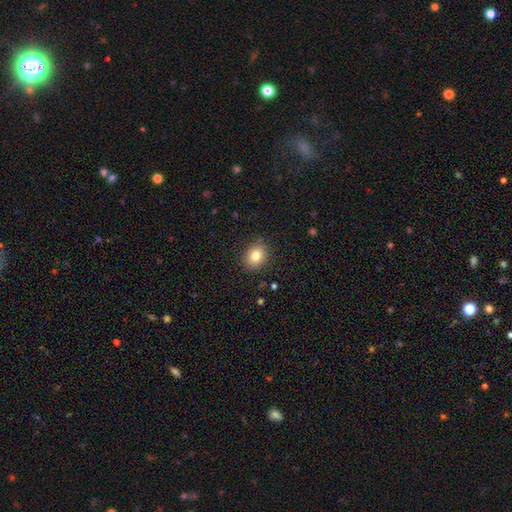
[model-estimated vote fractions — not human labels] Smooth or featured?
  - smooth: 82% *
  - star or artifact: 10%
  - featured or disk: 8%
How rounded?
  - round: 50% *
  - in between: 49%
  - cigar-shaped: 1%
Merging?
  - none: 87% *
  - minor disturbance: 10%
  - major disturbance: 2%
  - merger: 1%